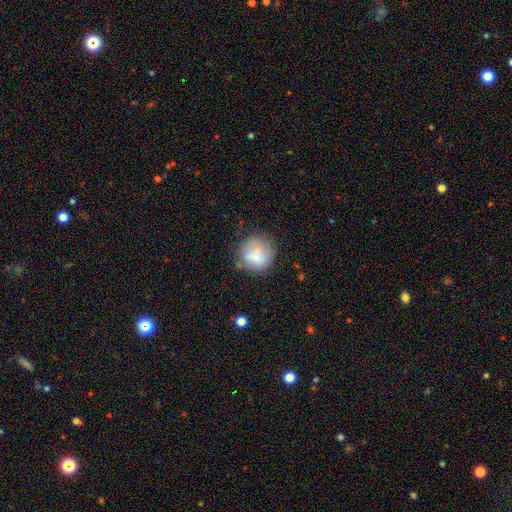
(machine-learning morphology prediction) Q: Smooth or featured?
A: smooth (66%); runner-up: featured or disk (25%)
Q: How rounded?
A: round (88%); runner-up: in between (11%)
Q: Merging?
A: none (62%); runner-up: minor disturbance (21%)